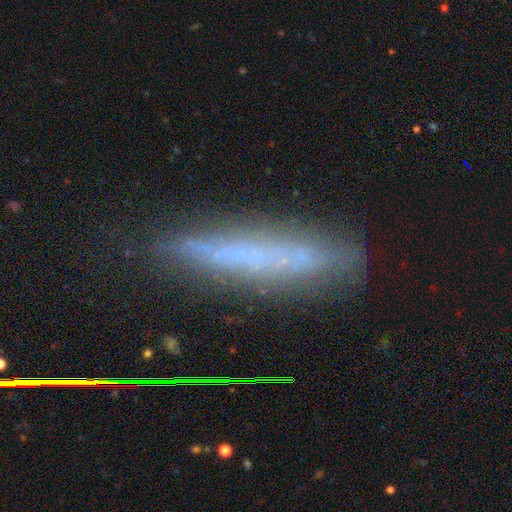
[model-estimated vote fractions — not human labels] This appears to be a featured or disk galaxy (44%). Merging: none (76%).